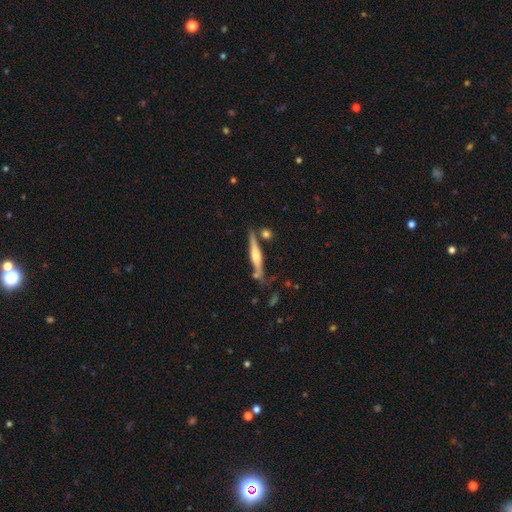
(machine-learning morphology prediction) Smooth or featured? Predicted: featured or disk (p=0.70). Edge-on disk? Predicted: yes (p=0.96). Edge-on bulge? Predicted: rounded (p=0.88). Merging? Predicted: none (p=0.76).